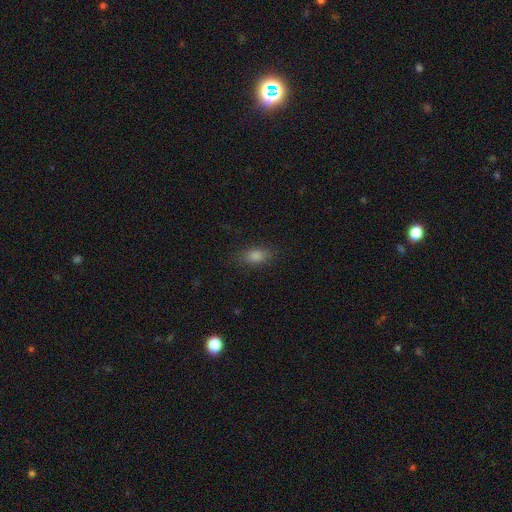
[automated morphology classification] This appears to be a smooth galaxy with no disk features (79%) that is in between round and cigar-shaped (80%). Merging: none (84%).